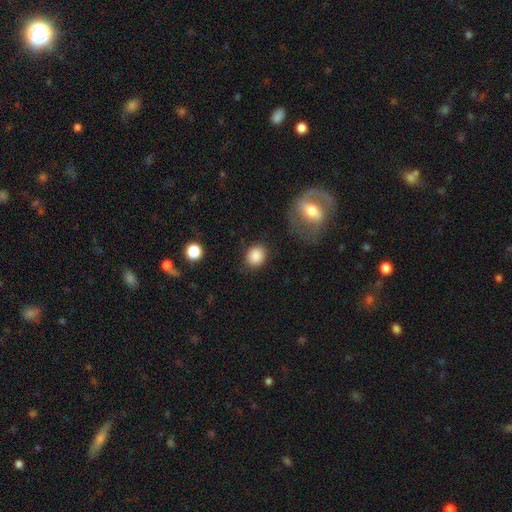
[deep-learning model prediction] This is clearly a smooth galaxy (87%). How rounded: likely round (69%). Merging: clearly none (83%).